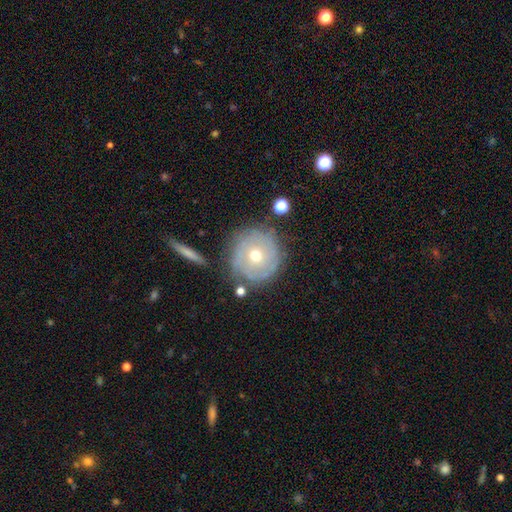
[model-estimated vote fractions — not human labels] Smooth or featured?
  - featured or disk: 57% *
  - smooth: 33%
  - star or artifact: 9%
Edge-on disk?
  - no: 95% *
  - yes: 5%
Bar?
  - no: 84% *
  - weak: 13%
  - strong: 3%
Spiral arms?
  - yes: 69% *
  - no: 31%
Bulge size?
  - moderate: 61% *
  - small: 35%
  - large: 2%
  - dominant: 1%
  - none: 1%
Merging?
  - none: 76% *
  - minor disturbance: 15%
  - major disturbance: 6%
  - merger: 4%